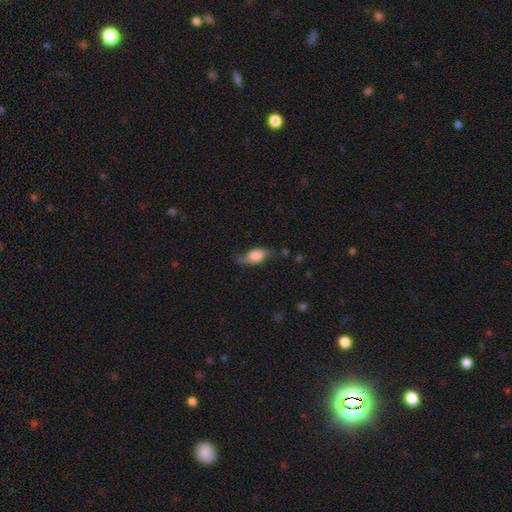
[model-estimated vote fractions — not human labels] A smooth galaxy with no disk features (61%) that is in between round and cigar-shaped (79%). Merging: none (55%).